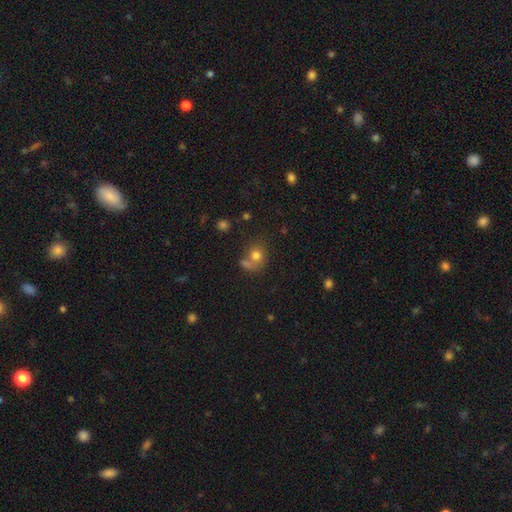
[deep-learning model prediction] A smooth galaxy with no disk features (74%) that is round (71%).

Vote fractions:
- Smooth or featured? smooth: 74% / star or artifact: 14% / featured or disk: 12%
- How rounded? round: 71% / in between: 28% / cigar-shaped: 1%
- Merging? none: 45% / merger: 34% / minor disturbance: 13% / major disturbance: 8%